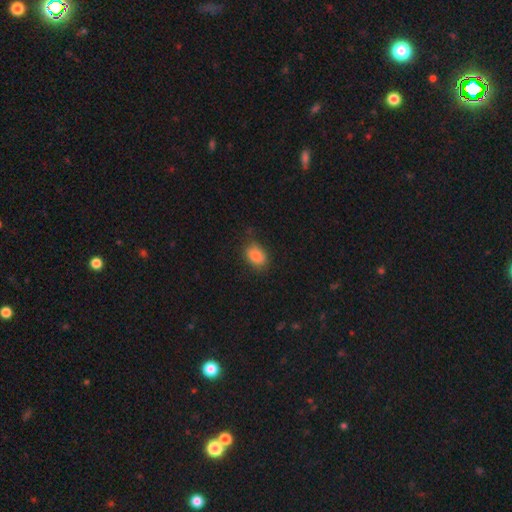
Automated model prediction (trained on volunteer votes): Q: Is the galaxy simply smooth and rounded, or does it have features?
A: smooth — 86%.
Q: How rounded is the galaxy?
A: in between — 75%.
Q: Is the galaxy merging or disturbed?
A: none — 76%.